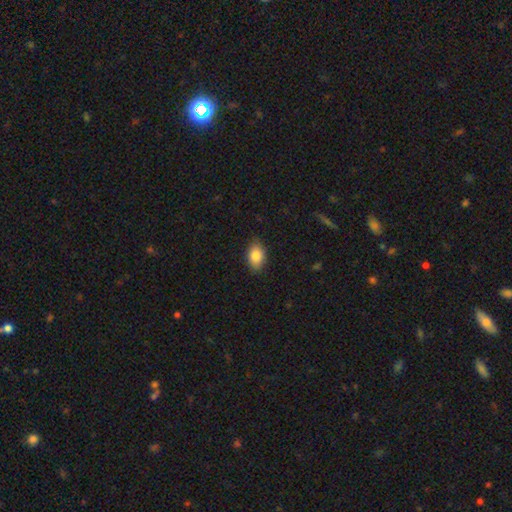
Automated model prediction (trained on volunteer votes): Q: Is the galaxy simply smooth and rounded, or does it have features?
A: smooth — 84%.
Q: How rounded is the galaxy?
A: in between — 86%.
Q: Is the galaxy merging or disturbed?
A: none — 83%.